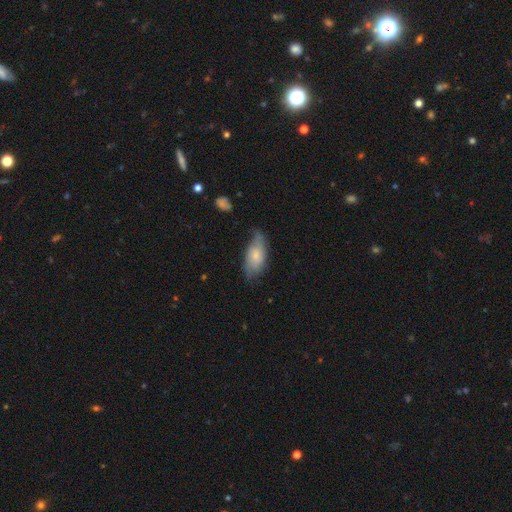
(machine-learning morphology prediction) A smooth galaxy with no disk features (56%) that is in between round and cigar-shaped (88%). Merging: none (54%).